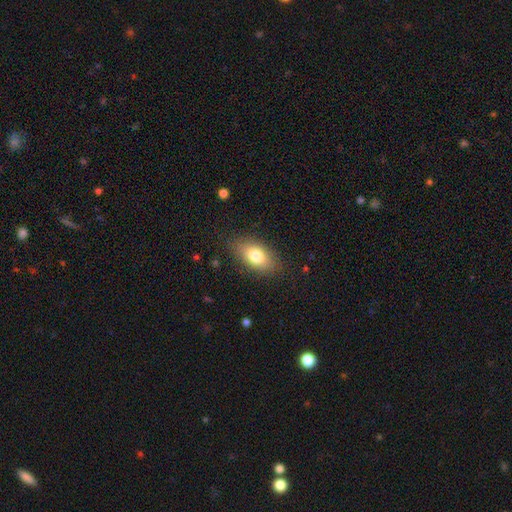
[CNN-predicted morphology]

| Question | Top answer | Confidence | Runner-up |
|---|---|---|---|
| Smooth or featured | smooth | 78% | featured or disk (14%) |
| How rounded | in between | 88% | round (8%) |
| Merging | none | 82% | minor disturbance (13%) |